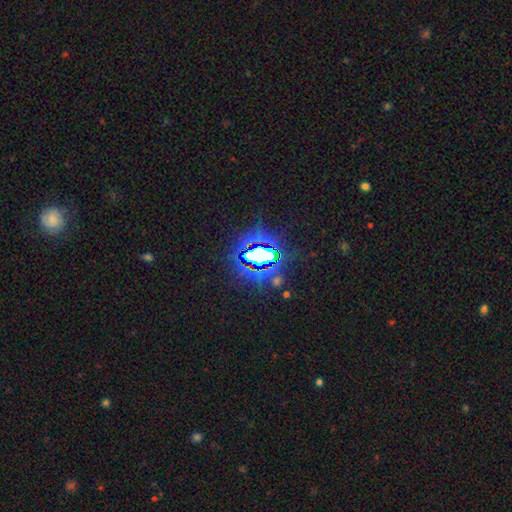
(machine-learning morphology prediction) A star or artifact, not a galaxy (77%).